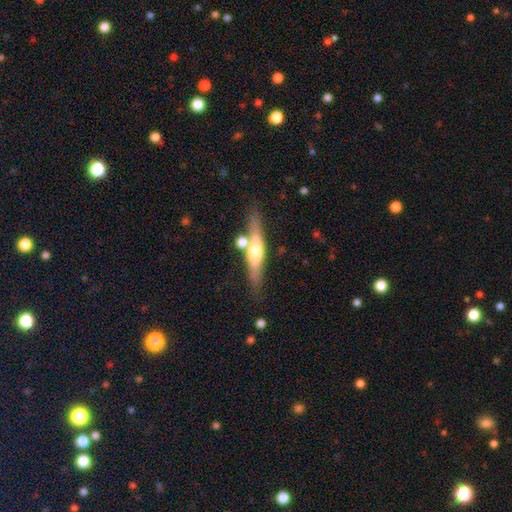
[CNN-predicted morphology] Q: Smooth or featured?
A: featured or disk (56%); runner-up: smooth (38%)
Q: Edge-on disk?
A: yes (91%); runner-up: no (9%)
Q: Edge-on bulge?
A: rounded (88%); runner-up: boxy (7%)
Q: Merging?
A: none (68%); runner-up: merger (16%)